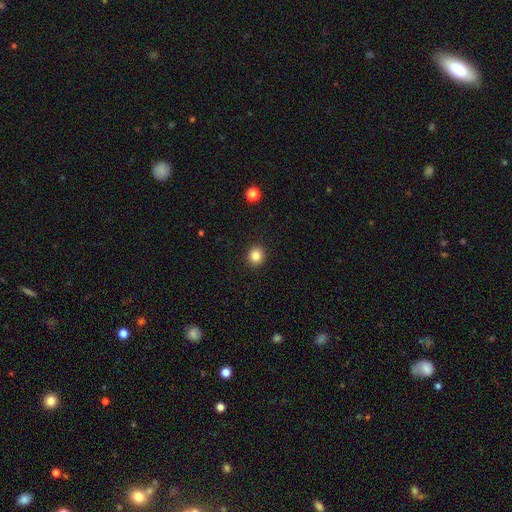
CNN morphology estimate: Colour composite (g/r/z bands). It shows a smooth galaxy with no disk features (84%) that is round (83%). Merging: none (92%).